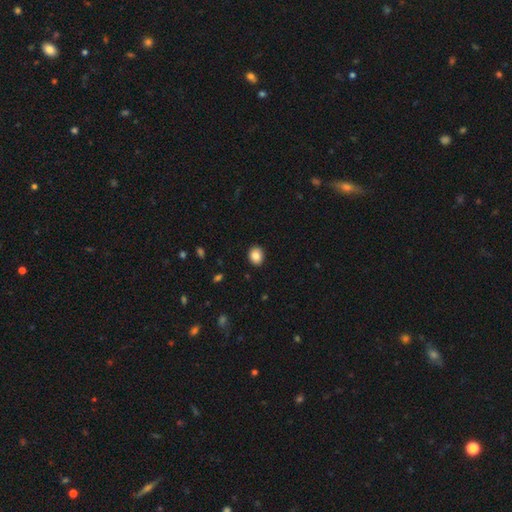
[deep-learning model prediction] Smooth or featured: smooth — 86% (star or artifact — 9%)
How rounded: round — 58% (in between — 41%)
Merging: none — 91% (minor disturbance — 7%)